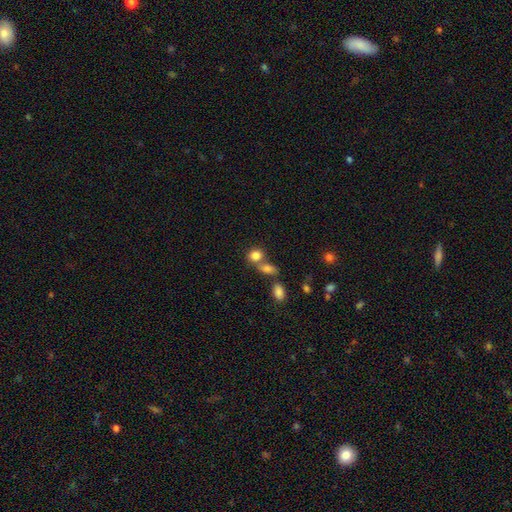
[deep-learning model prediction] A smooth galaxy with no disk features (82%) that is round (59%).

Vote fractions:
- Smooth or featured? smooth: 82% / star or artifact: 10% / featured or disk: 8%
- How rounded? round: 59% / in between: 39% / cigar-shaped: 2%
- Merging? merger: 43% (tied) / none: 43% (tied) / minor disturbance: 10% / major disturbance: 5%